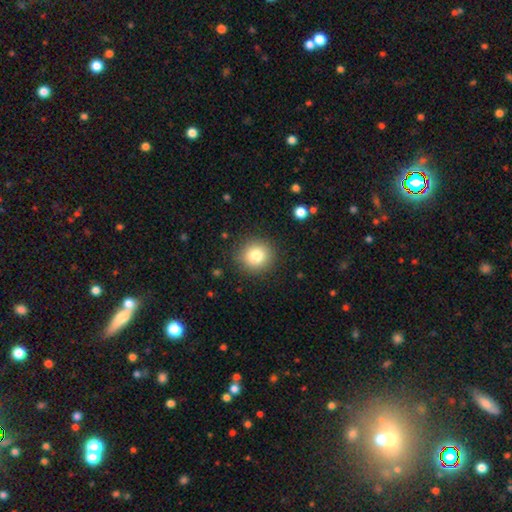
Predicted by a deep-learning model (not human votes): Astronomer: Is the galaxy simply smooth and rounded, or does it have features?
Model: smooth — 81%.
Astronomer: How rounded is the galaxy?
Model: round — 91%.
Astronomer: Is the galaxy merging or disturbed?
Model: none — 89%.